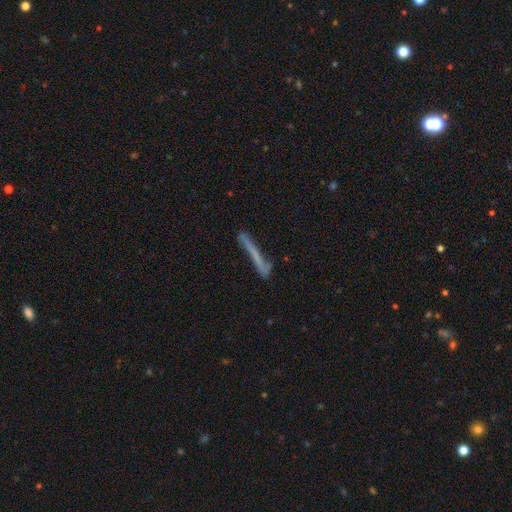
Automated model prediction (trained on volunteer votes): A smooth galaxy with no disk features (50%).

Vote fractions:
- Smooth or featured? smooth: 50% / featured or disk: 41% / star or artifact: 9%
- Merging? none: 66% / minor disturbance: 20% / major disturbance: 9% / merger: 5%